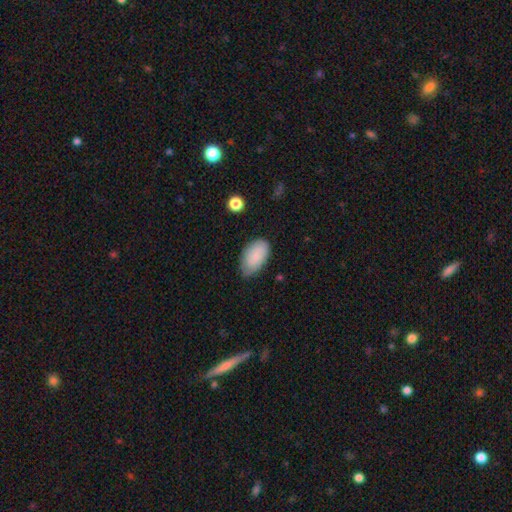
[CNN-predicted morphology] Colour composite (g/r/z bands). It shows a smooth galaxy with no disk features (72%) that is in between round and cigar-shaped (94%). Merging: none (70%).